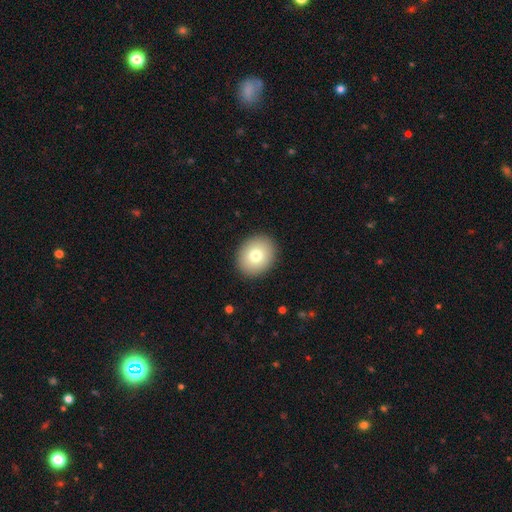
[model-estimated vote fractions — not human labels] Smooth or featured?
  - smooth: 78% *
  - featured or disk: 13%
  - star or artifact: 9%
How rounded?
  - round: 59% *
  - in between: 40%
  - cigar-shaped: 1%
Merging?
  - none: 91% *
  - minor disturbance: 6%
  - major disturbance: 2%
  - merger: 1%